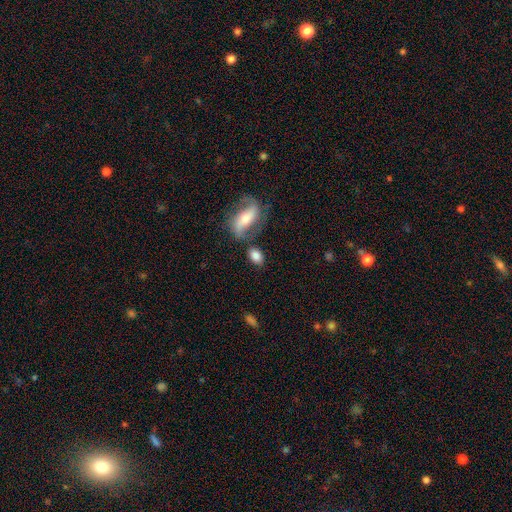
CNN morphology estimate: This appears to be a smooth galaxy with no disk features (74%) that is in between round and cigar-shaped (84%). Merging: none (66%).